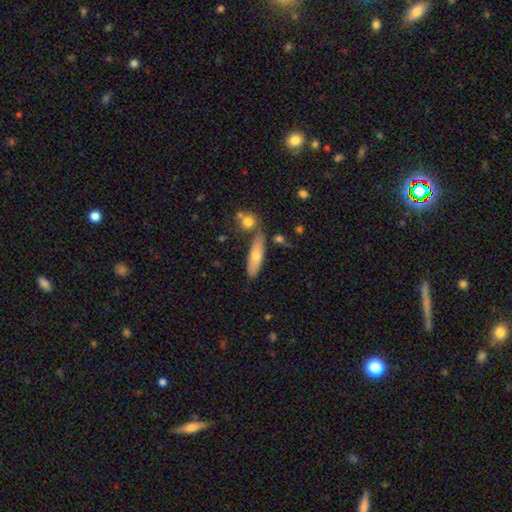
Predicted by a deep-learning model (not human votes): Smooth or featured? smooth (62%)
How rounded? cigar-shaped (57%)
Merging? none (72%)